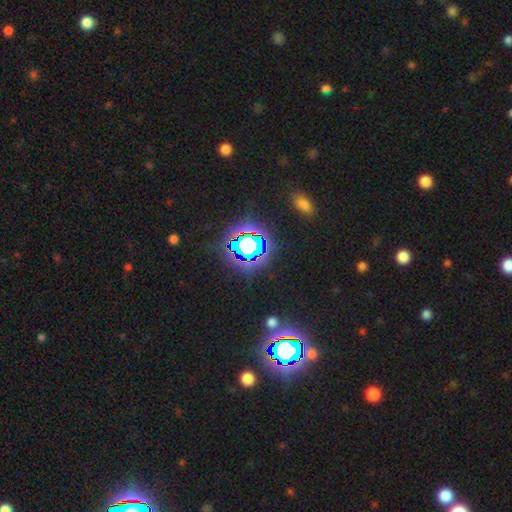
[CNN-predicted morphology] smooth-or-featured: star or artifact: 83% | smooth: 10% | featured or disk: 6%